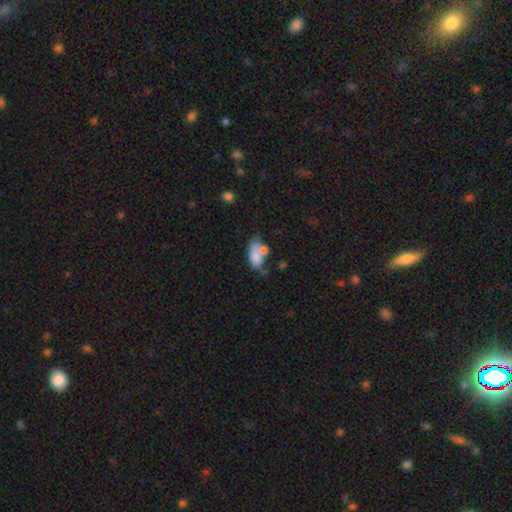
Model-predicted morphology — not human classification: Overall: smooth (73%). How rounded: in between (89%). Merging: merger (39%; none 28%).